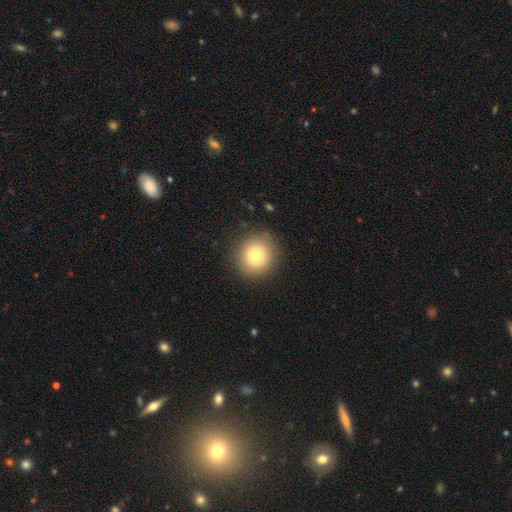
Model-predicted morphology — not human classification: This appears to be a smooth galaxy with no disk features (76%) that is round (91%). Merging: none (88%).